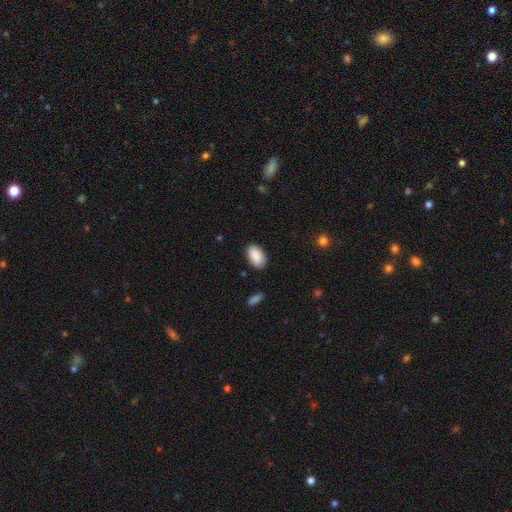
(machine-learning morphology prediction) Smooth or featured? smooth (88%)
How rounded? in between (94%)
Merging? none (82%)